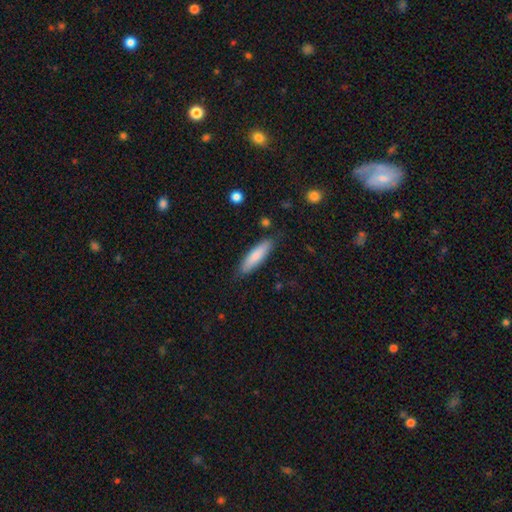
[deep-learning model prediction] This is likely a smooth galaxy (79%). How rounded: likely cigar-shaped (69%). Merging: clearly none (83%).